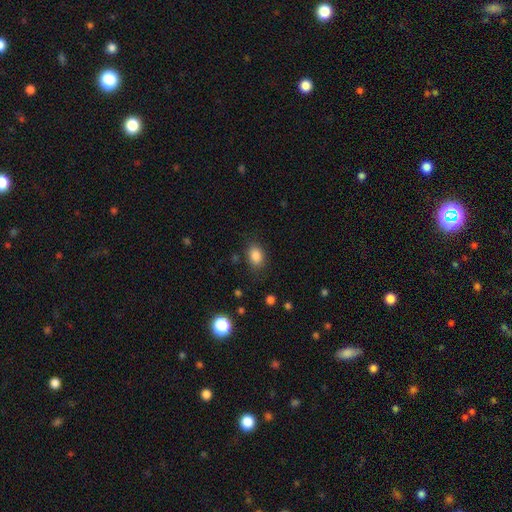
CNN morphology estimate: The model was most divided on "how rounded": in between: 77%, round: 22%, cigar-shaped: 1%. More confident: smooth or featured — smooth (85%); merging — none (82%).